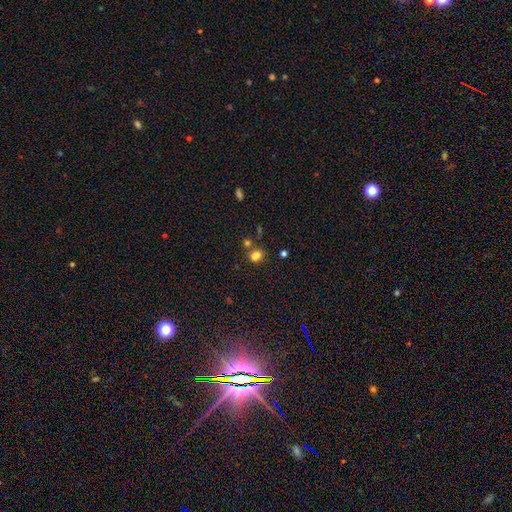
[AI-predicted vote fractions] The model was most divided on "how rounded": in between: 56%, round: 43%, cigar-shaped: 1%. More confident: smooth or featured — smooth (77%); merging — none (58%).